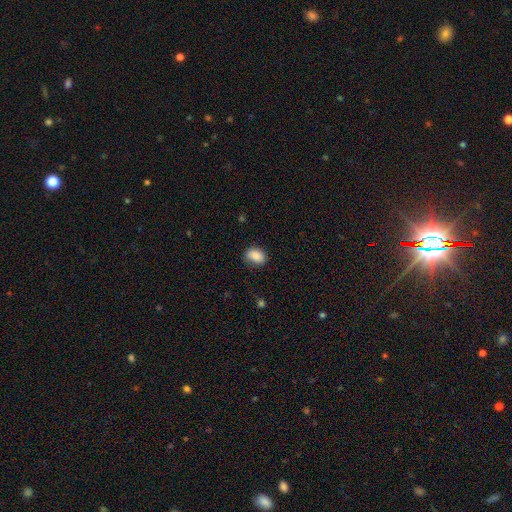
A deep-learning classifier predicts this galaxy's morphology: This is clearly a smooth galaxy (87%). How rounded: likely in between (78%). Merging: likely none (74%).